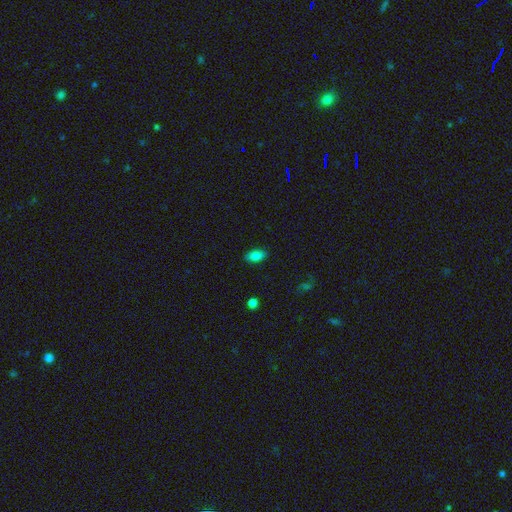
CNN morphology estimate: This appears to be a smooth galaxy with no disk features (84%) that is in between round and cigar-shaped (92%). Merging: none (88%).